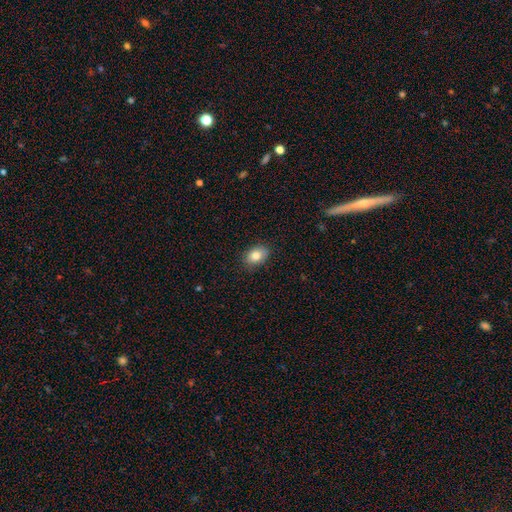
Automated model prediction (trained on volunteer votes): smooth_or_featured: smooth (p=0.82) [alt: featured or disk p=0.09]
how_rounded: in between (p=0.78) [alt: round p=0.21]
merging: none (p=0.86) [alt: minor disturbance p=0.11]